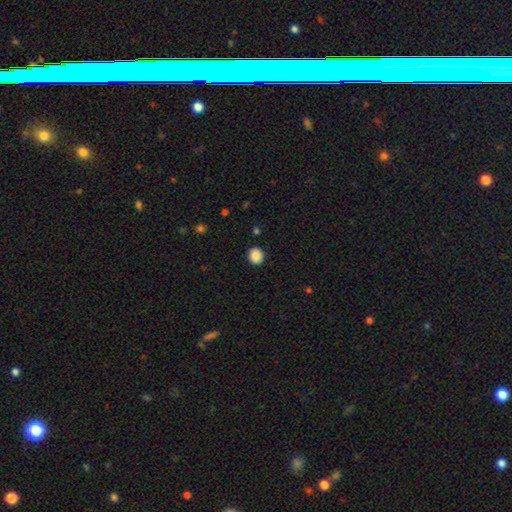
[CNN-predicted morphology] This is clearly a smooth galaxy (89%). How rounded: clearly round (83%). Merging: clearly none (91%).